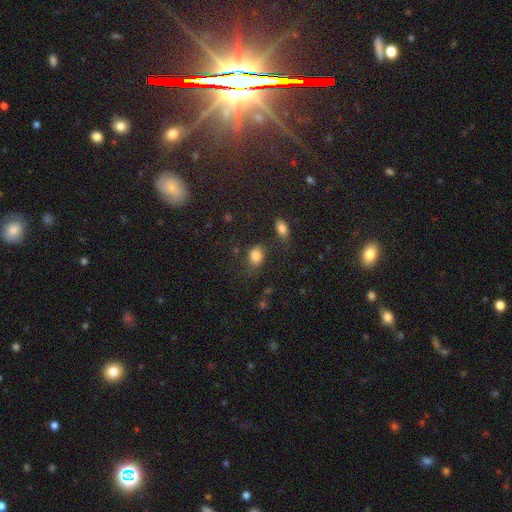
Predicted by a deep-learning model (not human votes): Q: Smooth or featured?
A: smooth (82%); runner-up: star or artifact (11%)
Q: How rounded?
A: in between (72%); runner-up: round (26%)
Q: Merging?
A: none (61%); runner-up: minor disturbance (23%)